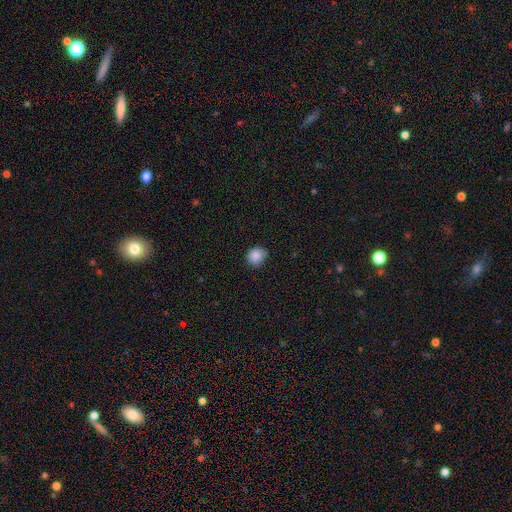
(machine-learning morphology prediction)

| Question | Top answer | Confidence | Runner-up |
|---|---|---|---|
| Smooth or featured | smooth | 87% | star or artifact (9%) |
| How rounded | round | 80% | in between (19%) |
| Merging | none | 79% | minor disturbance (17%) |